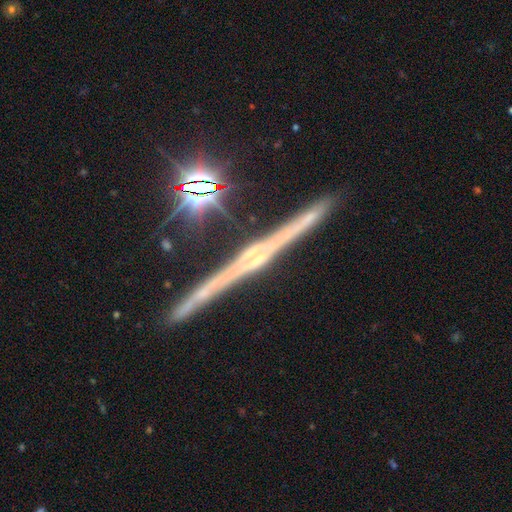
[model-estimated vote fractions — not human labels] Overall: featured or disk (84%). Edge-on disk: yes (98%). Edge-on bulge: rounded (65%). Merging: none (89%).